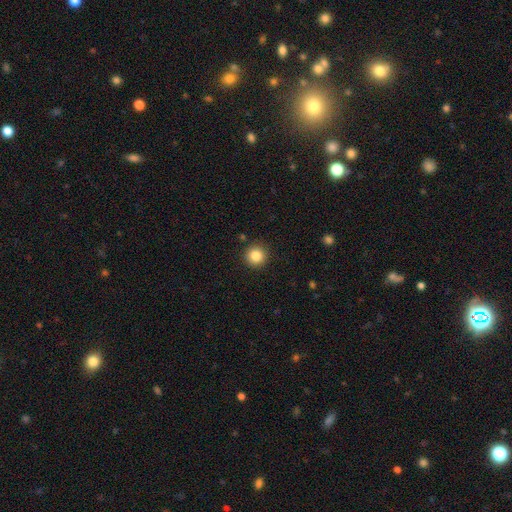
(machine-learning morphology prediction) smooth 85%, star or artifact 10%, featured or disk 5%. Down the decision tree: how rounded — round (95%); merging — none (92%).